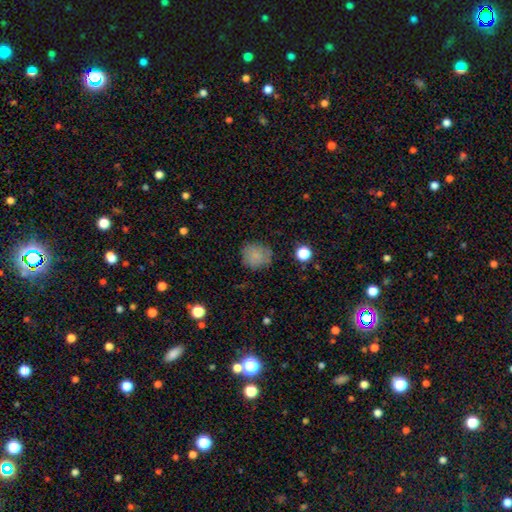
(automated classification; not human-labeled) Smooth or featured? smooth (80%)
How rounded? round (88%)
Merging? none (75%)